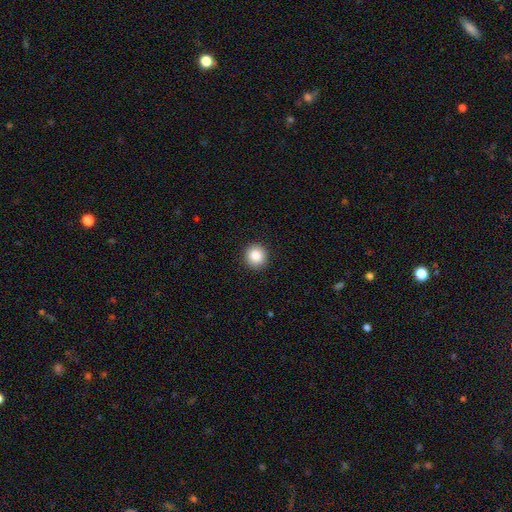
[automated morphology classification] This is clearly a smooth galaxy (87%). How rounded: clearly round (91%). Merging: clearly none (92%).